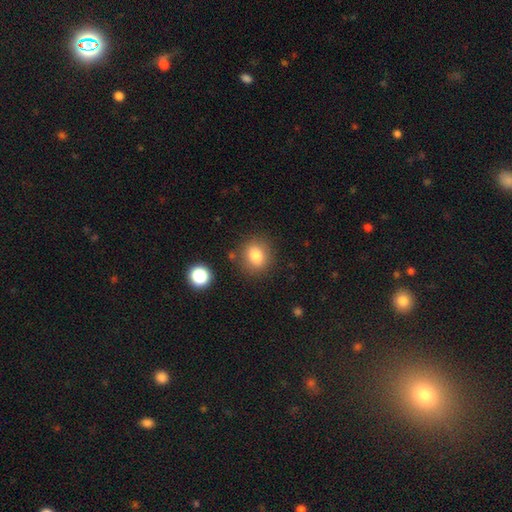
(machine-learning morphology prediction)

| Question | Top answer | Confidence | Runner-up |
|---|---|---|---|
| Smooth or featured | smooth | 81% | star or artifact (11%) |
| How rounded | round | 68% | in between (31%) |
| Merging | none | 83% | minor disturbance (10%) |